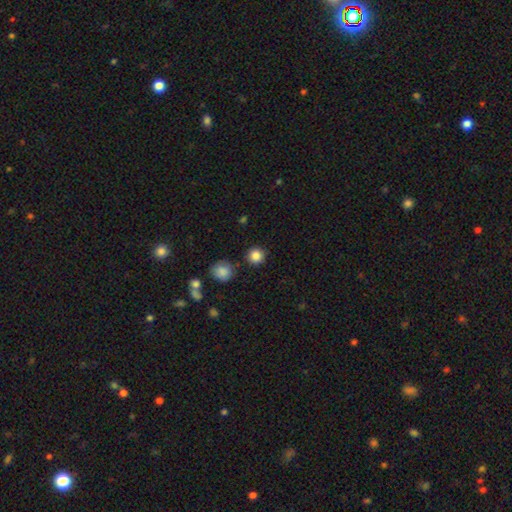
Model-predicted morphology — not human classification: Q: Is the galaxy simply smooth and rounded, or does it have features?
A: smooth — 85%.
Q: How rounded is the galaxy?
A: round — 94%.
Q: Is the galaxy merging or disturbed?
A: none — 88%.